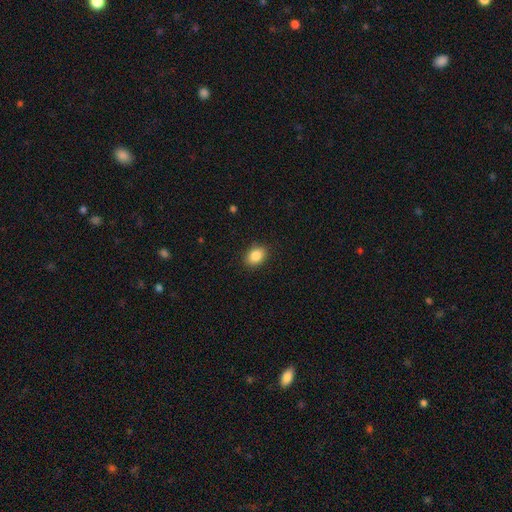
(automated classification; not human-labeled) Smooth or featured? Predicted: smooth (p=0.86). How rounded? Predicted: in between (p=0.78). Merging? Predicted: none (p=0.88).